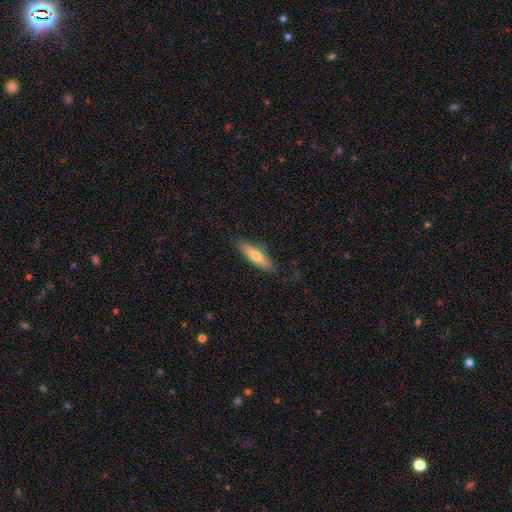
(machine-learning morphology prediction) A smooth galaxy with no disk features (64%) that is cigar-shaped (70%). Merging: none (85%).